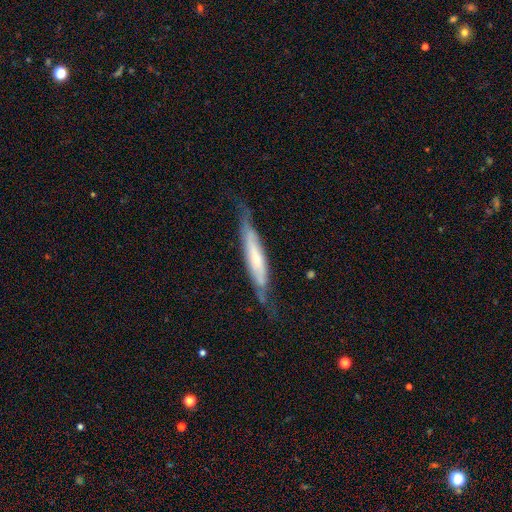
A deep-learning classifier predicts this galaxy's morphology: Smooth or featured? Predicted: featured or disk (p=0.62). Edge-on disk? Predicted: yes (p=0.76). Merging? Predicted: none (p=0.67).